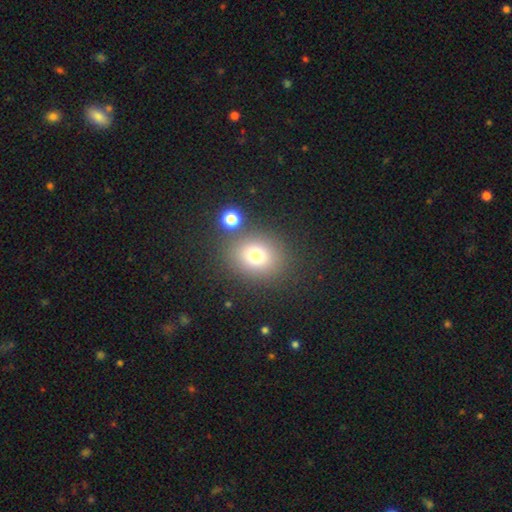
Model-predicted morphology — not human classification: Q: Smooth or featured?
A: smooth (74%); runner-up: star or artifact (16%)
Q: How rounded?
A: round (68%); runner-up: in between (31%)
Q: Merging?
A: none (76%); runner-up: merger (11%)